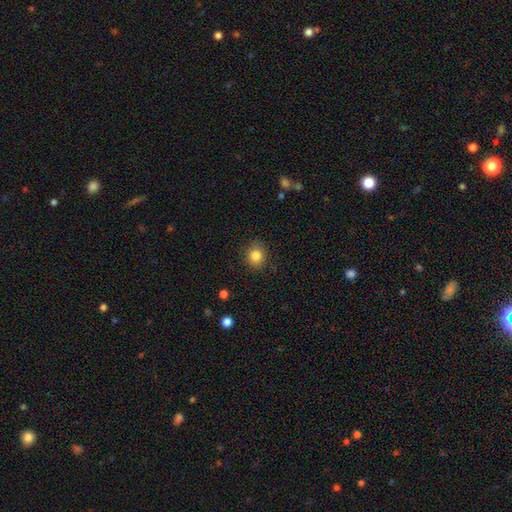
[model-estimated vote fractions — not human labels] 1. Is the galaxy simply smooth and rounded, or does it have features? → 83% smooth, 11% star or artifact, 6% featured or disk.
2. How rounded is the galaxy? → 76% round, 23% in between, 1% cigar-shaped.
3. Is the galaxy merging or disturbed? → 87% none, 9% minor disturbance, 3% major disturbance, 1% merger.